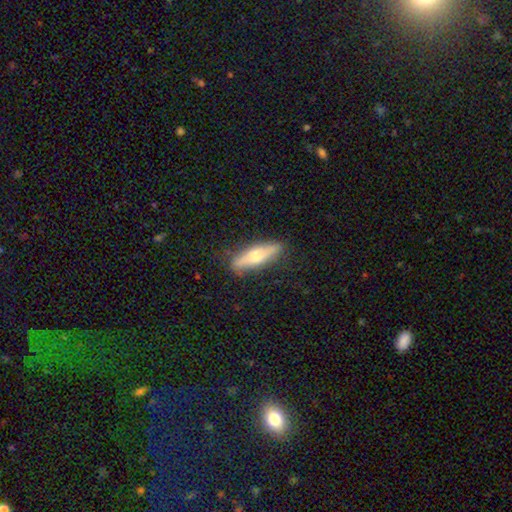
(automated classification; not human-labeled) smooth 56%, featured or disk 38%, star or artifact 6%. Down the decision tree: how rounded — cigar-shaped (73%); merging — none (84%).